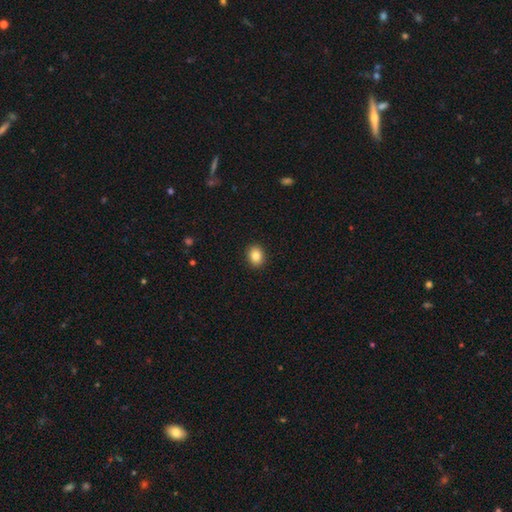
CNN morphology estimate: type=smooth (85%); roundness=round (52%); merging=none (91%).